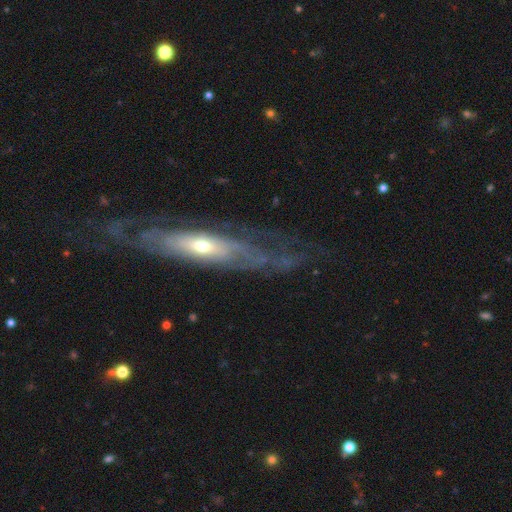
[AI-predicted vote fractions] This appears to be a featured or disk galaxy (81%). Merging: none (73%).